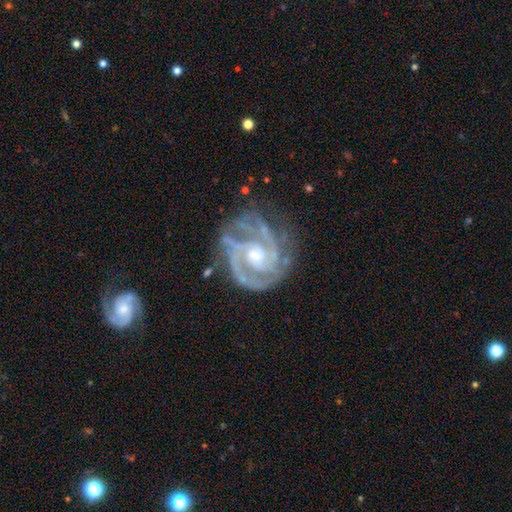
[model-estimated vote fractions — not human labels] featured or disk 92%, star or artifact 5%, smooth 4%. Down the decision tree: edge-on disk — no (98%); bar — no (59%); spiral arms — yes (98%); spiral arm count — 2 (38%); spiral winding — tight (63%); bulge size — moderate (53%); merging — none (67%).